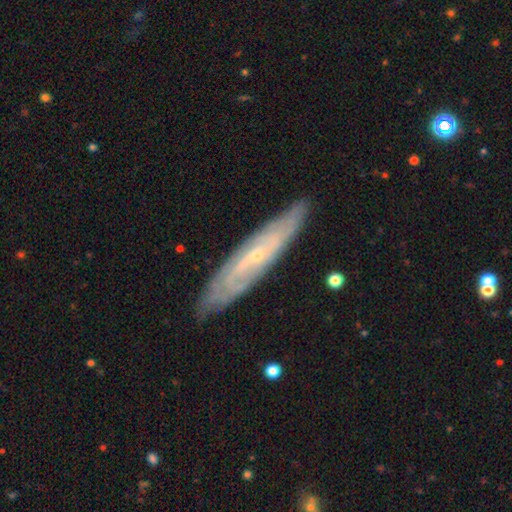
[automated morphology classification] A featured or disk galaxy (76%).

Vote fractions:
- Smooth or featured? featured or disk: 76% / smooth: 17% / star or artifact: 6%
- Edge-on disk? no: 58% / yes: 42%
- Merging? none: 83% / minor disturbance: 13% / major disturbance: 3% / merger: 1%